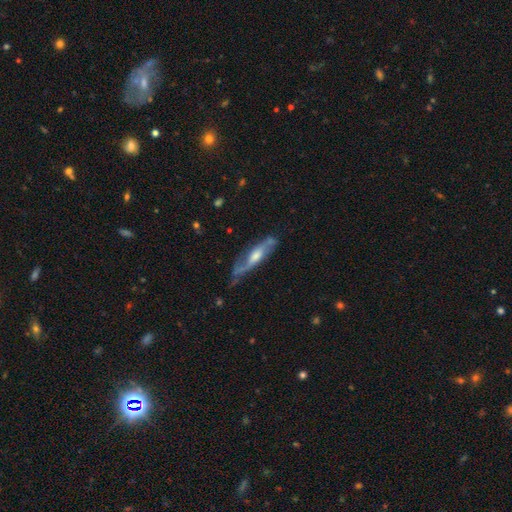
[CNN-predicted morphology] Smooth or featured? featured or disk (73%)
Edge-on disk? no (59%)
Merging? none (57%)